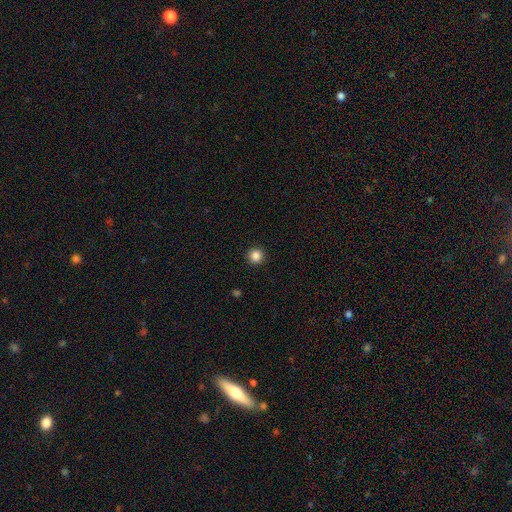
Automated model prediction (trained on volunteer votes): Smooth or featured?
  - smooth: 86% *
  - star or artifact: 11%
  - featured or disk: 3%
How rounded?
  - round: 95% *
  - in between: 4%
  - cigar-shaped: 1%
Merging?
  - none: 93% *
  - minor disturbance: 4%
  - major disturbance: 2%
  - merger: 1%